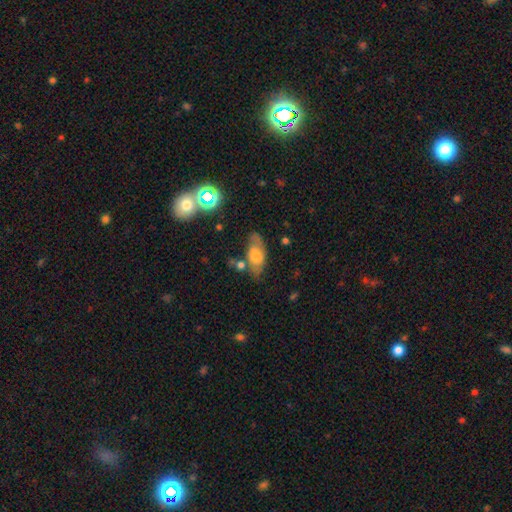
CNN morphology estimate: A smooth galaxy with no disk features (61%) that is in between round and cigar-shaped (86%).

Vote fractions:
- Smooth or featured? smooth: 61% / featured or disk: 29% / star or artifact: 10%
- How rounded? in between: 86% / cigar-shaped: 10% / round: 4%
- Merging? none: 57% / minor disturbance: 24% / major disturbance: 10% / merger: 9%